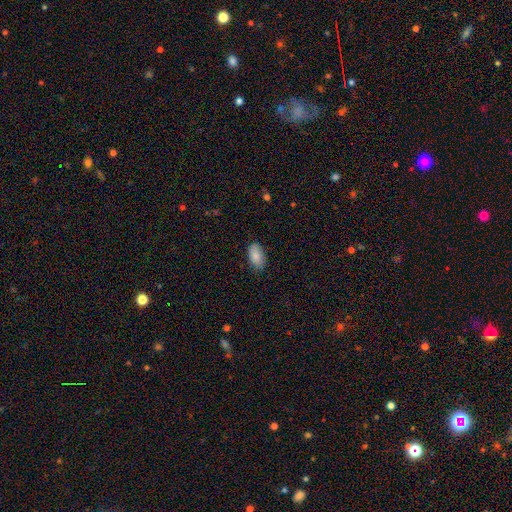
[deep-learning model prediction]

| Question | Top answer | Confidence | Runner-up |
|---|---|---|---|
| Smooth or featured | smooth | 87% | star or artifact (7%) |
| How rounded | in between | 94% | round (4%) |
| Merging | none | 80% | minor disturbance (16%) |